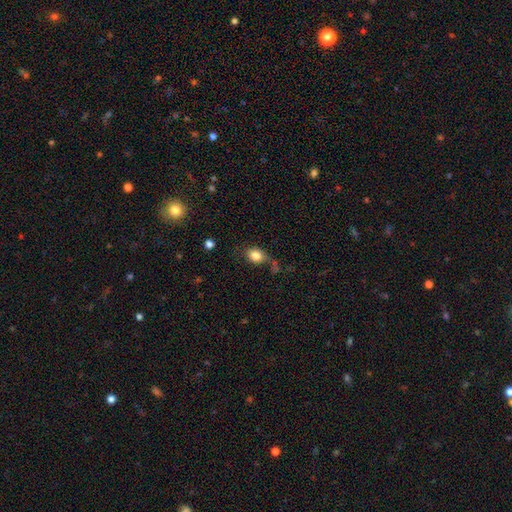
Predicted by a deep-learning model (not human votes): Smooth or featured?
  - smooth: 82% *
  - star or artifact: 9%
  - featured or disk: 9%
How rounded?
  - in between: 62% *
  - round: 37%
  - cigar-shaped: 1%
Merging?
  - none: 56% *
  - minor disturbance: 22%
  - major disturbance: 13%
  - merger: 9%